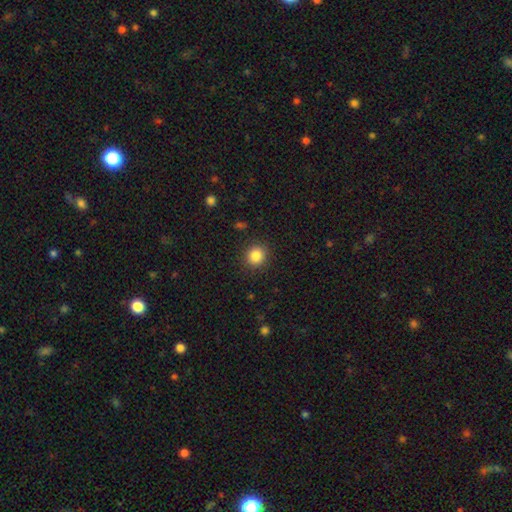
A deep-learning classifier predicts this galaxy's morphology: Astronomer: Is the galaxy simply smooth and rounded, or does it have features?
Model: smooth — 86%.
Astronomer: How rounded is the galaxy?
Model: round — 90%.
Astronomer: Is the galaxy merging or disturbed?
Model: none — 90%.